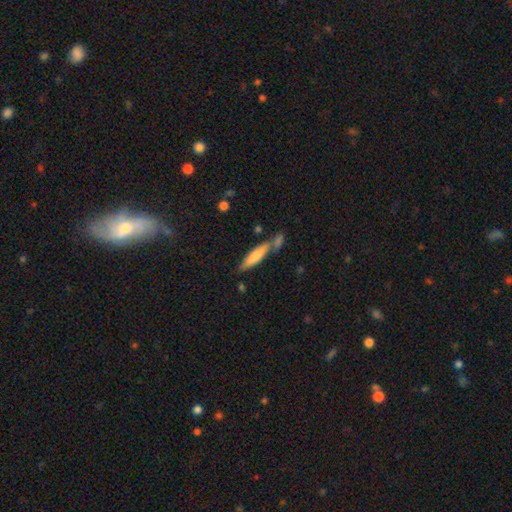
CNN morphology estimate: The model was most divided on "merging": none: 59%, merger: 22%, minor disturbance: 15%, major disturbance: 4%. More confident: how rounded — cigar-shaped (77%); smooth or featured — smooth (71%).